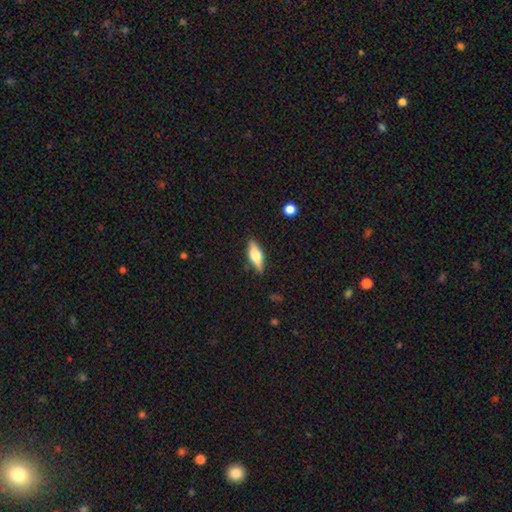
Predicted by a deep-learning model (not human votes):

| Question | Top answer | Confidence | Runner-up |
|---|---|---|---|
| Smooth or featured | smooth | 48% | featured or disk (45%) |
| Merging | none | 86% | minor disturbance (10%) |